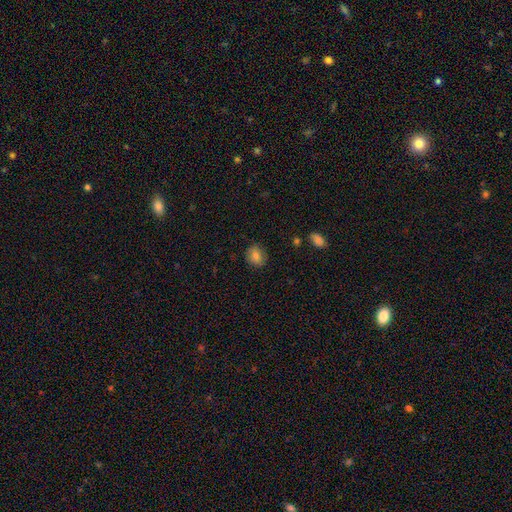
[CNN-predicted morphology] smooth 81%, star or artifact 10%, featured or disk 9%. Down the decision tree: how rounded — round (62%); merging — none (82%).